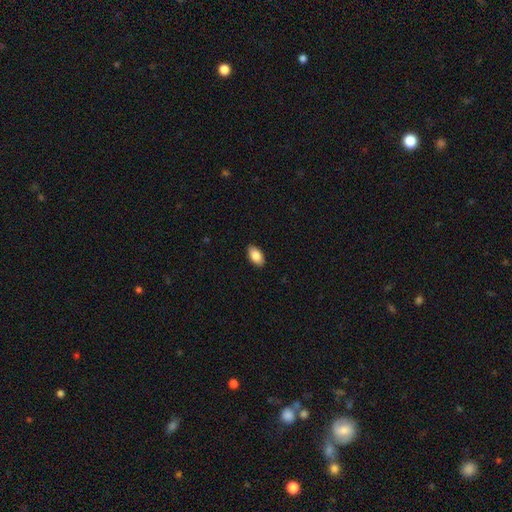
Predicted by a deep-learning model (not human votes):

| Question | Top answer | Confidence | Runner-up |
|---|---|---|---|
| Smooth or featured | smooth | 86% | featured or disk (7%) |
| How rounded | in between | 94% | round (4%) |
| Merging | none | 90% | minor disturbance (8%) |